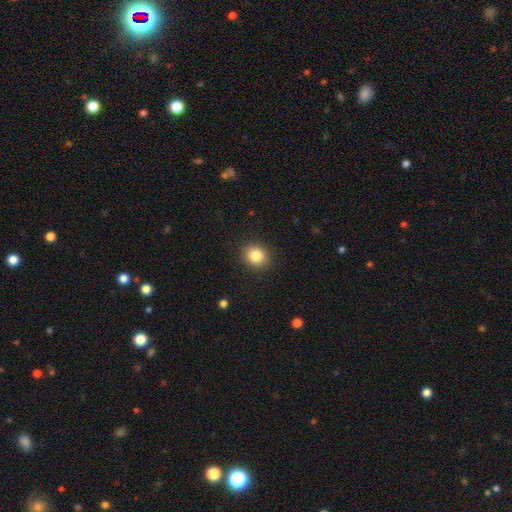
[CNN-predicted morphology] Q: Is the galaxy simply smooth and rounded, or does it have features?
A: smooth — 84%.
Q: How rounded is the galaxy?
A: round — 77%.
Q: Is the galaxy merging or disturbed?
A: none — 90%.